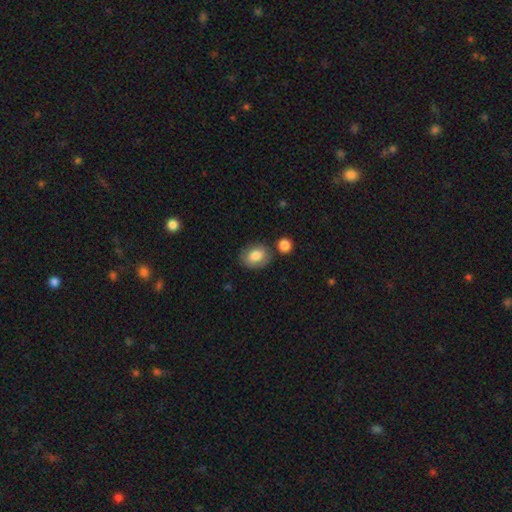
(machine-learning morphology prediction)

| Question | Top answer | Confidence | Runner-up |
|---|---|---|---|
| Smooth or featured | smooth | 81% | featured or disk (11%) |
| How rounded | in between | 64% | round (35%) |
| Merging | none | 71% | minor disturbance (15%) |